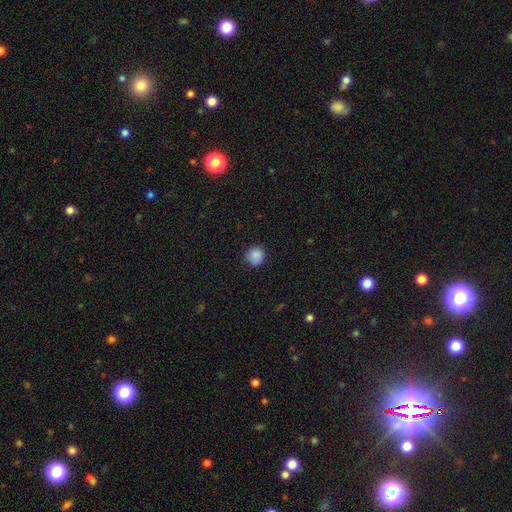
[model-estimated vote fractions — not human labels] This appears to be a smooth galaxy with no disk features (87%) that is round (93%). Merging: none (86%).